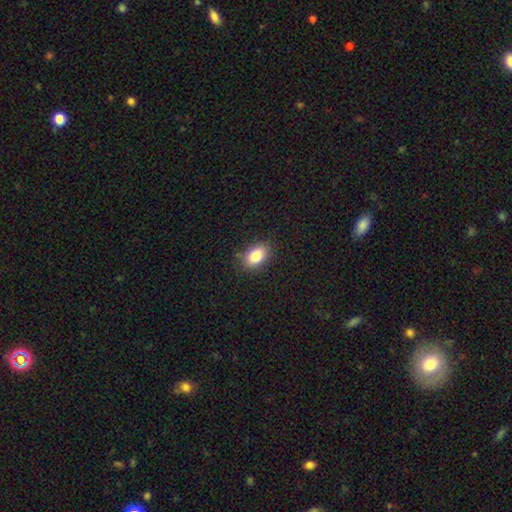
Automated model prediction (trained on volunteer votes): Smooth or featured?
  - smooth: 84% *
  - star or artifact: 9%
  - featured or disk: 8%
How rounded?
  - in between: 86% *
  - round: 12%
  - cigar-shaped: 2%
Merging?
  - none: 85% *
  - minor disturbance: 11%
  - major disturbance: 3%
  - merger: 1%